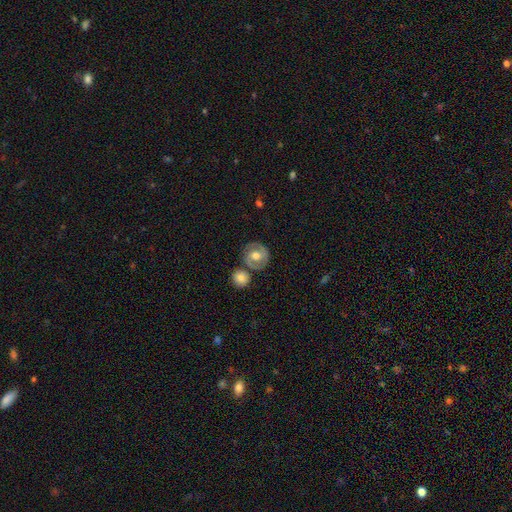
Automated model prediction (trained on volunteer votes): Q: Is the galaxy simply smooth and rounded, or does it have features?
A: featured or disk — 66%.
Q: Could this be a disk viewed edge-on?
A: no — 97%.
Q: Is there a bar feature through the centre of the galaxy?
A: no — 60%.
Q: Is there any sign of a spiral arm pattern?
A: yes — 77%.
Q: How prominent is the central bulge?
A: moderate — 68%.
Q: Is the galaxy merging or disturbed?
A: none — 71%.